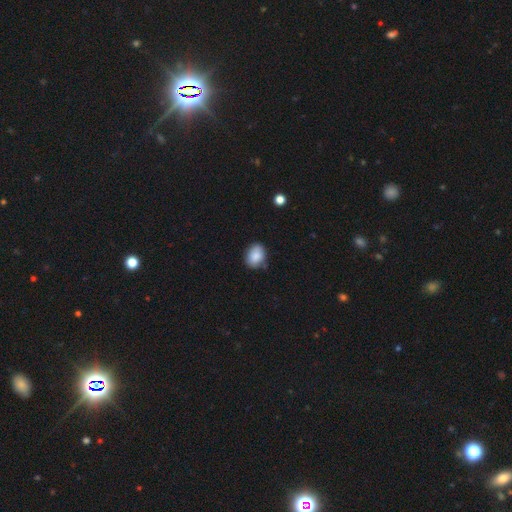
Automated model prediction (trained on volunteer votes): Smooth or featured: smooth — 85% (star or artifact — 8%)
How rounded: in between — 63% (round — 36%)
Merging: none — 74% (minor disturbance — 20%)